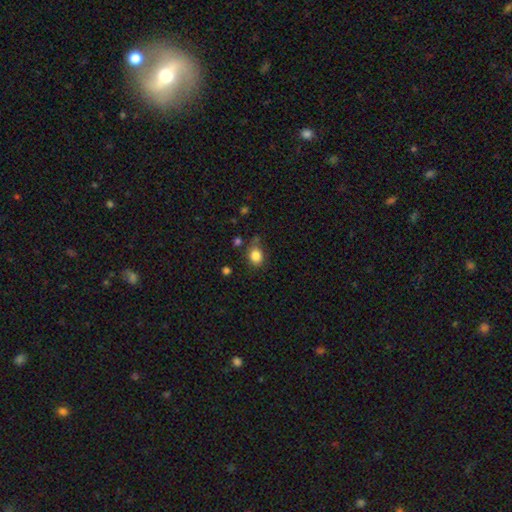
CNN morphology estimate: smooth 84%, star or artifact 11%, featured or disk 5%. Down the decision tree: how rounded — round (57%); merging — none (72%).